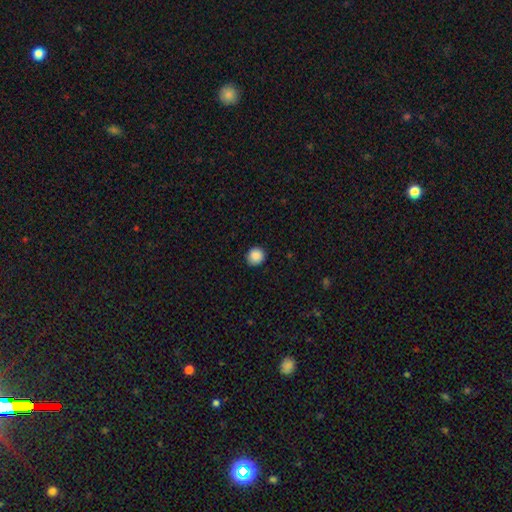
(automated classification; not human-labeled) This is clearly a smooth galaxy (88%). How rounded: clearly round (90%). Merging: clearly none (90%).